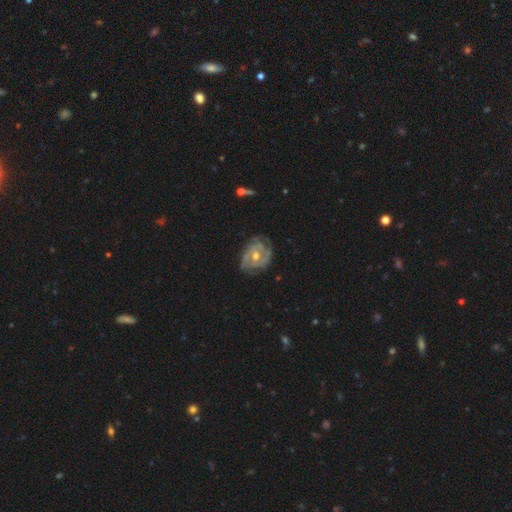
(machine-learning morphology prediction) Smooth or featured? Predicted: featured or disk (p=0.84). Edge-on disk? Predicted: no (p=0.97). Bar? Predicted: no (p=0.56). Spiral arms? Predicted: yes (p=0.92). Spiral winding? Predicted: tight (p=0.59). Spiral arm count? Predicted: 3 (p=0.29). Bulge size? Predicted: moderate (p=0.65). Merging? Predicted: none (p=0.70).